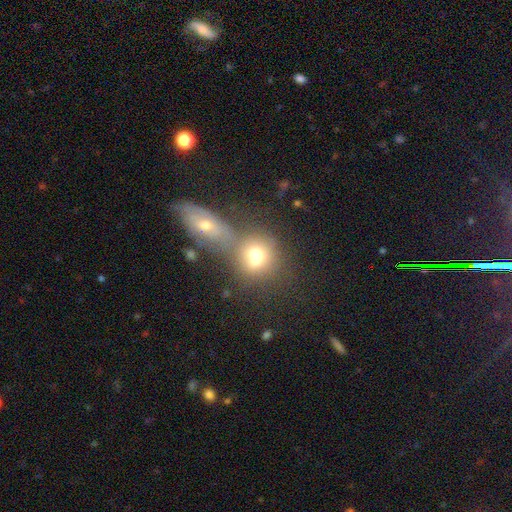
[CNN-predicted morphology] A smooth galaxy with no disk features (69%) that is round (67%). Merging: merger (47%).